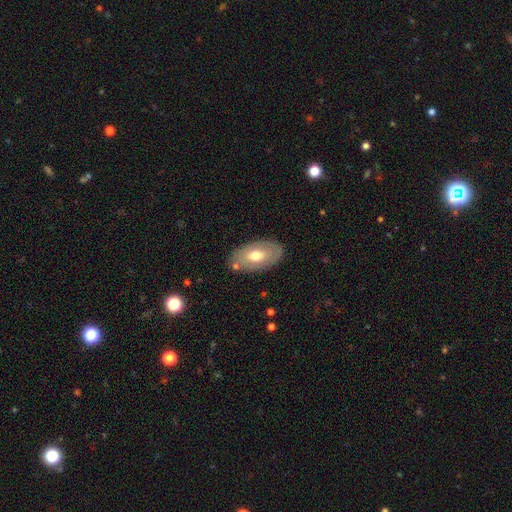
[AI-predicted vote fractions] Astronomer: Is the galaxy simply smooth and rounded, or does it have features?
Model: smooth — 59% (runner-up: featured or disk, 35%).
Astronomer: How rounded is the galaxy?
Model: in between — 93%.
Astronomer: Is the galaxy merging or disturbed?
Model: none — 79%.